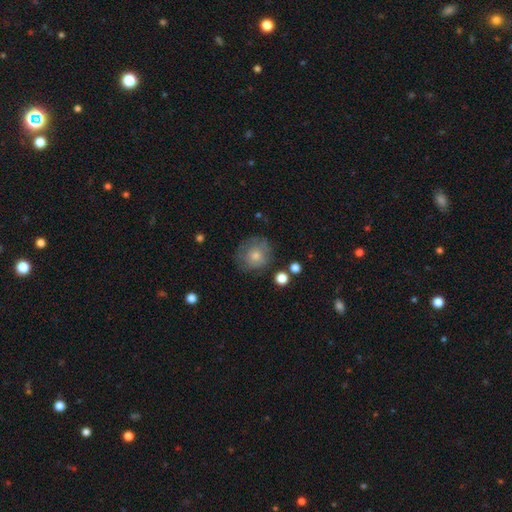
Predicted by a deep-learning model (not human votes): smooth 61%, featured or disk 28%, star or artifact 11%. Down the decision tree: how rounded — round (84%); merging — none (74%).